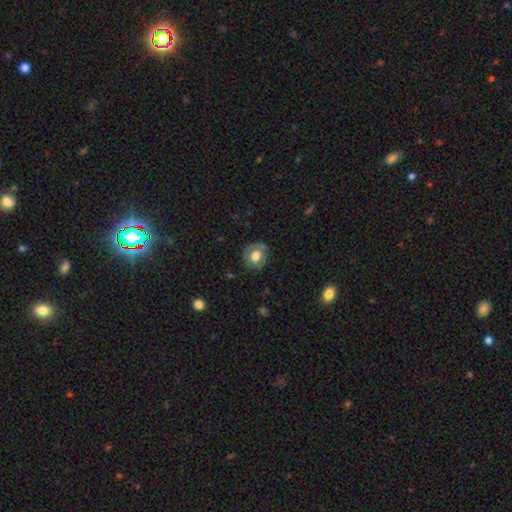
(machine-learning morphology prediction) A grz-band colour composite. It shows a smooth galaxy with no disk features (66%) that is round (79%). Merging: none (76%).